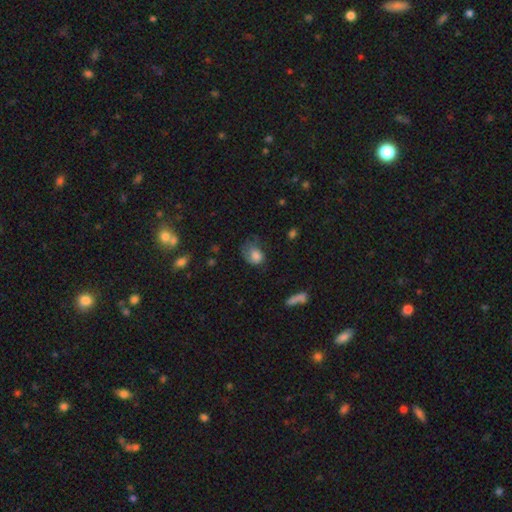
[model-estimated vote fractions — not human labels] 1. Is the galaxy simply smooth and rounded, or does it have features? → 75% smooth, 16% featured or disk, 9% star or artifact.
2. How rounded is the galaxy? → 63% in between, 36% round, 1% cigar-shaped.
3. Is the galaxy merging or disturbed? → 35% none, 32% minor disturbance, 31% major disturbance, 2% merger.